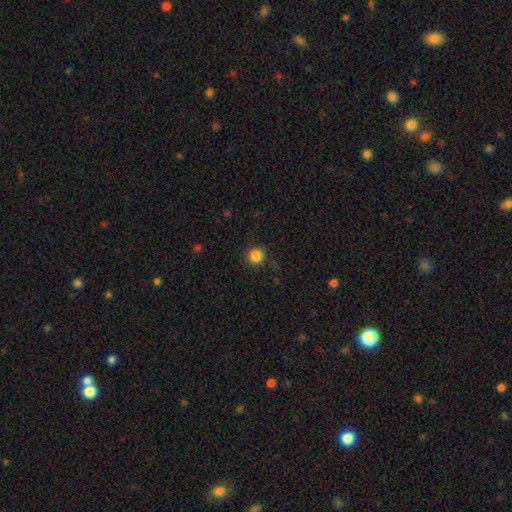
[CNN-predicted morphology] A smooth galaxy with no disk features (85%) that is round (94%). Merging: none (88%).